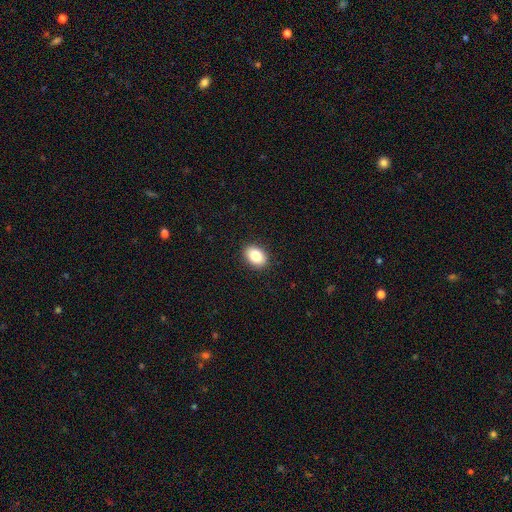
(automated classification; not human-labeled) Smooth or featured: smooth — 84% (star or artifact — 8%)
How rounded: in between — 80% (round — 18%)
Merging: none — 90% (minor disturbance — 7%)